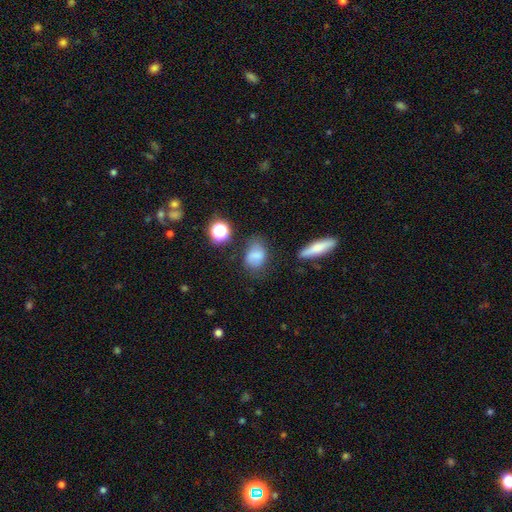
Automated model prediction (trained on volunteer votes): This appears to be a smooth galaxy with no disk features (74%) that is in between round and cigar-shaped (72%). Merging: none (61%).